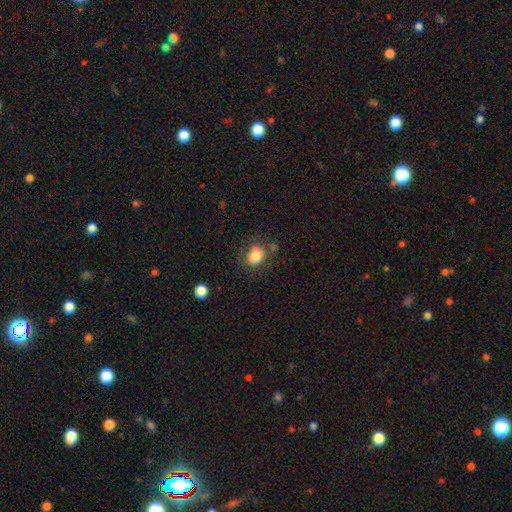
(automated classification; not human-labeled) Smooth or featured? smooth (81%)
How rounded? in between (57%)
Merging? none (69%)